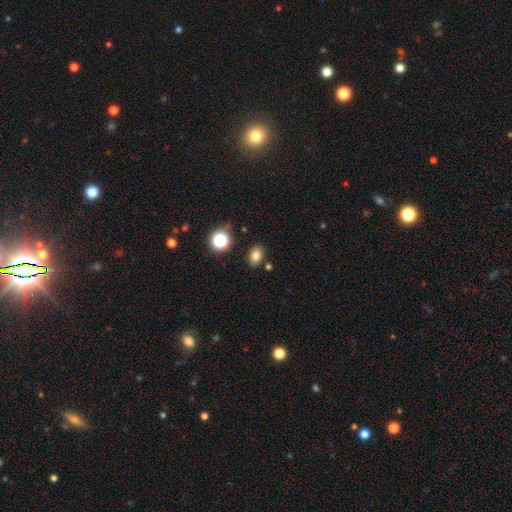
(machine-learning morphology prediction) Overall: smooth (80%). How rounded: in between (78%). Merging: none (83%).